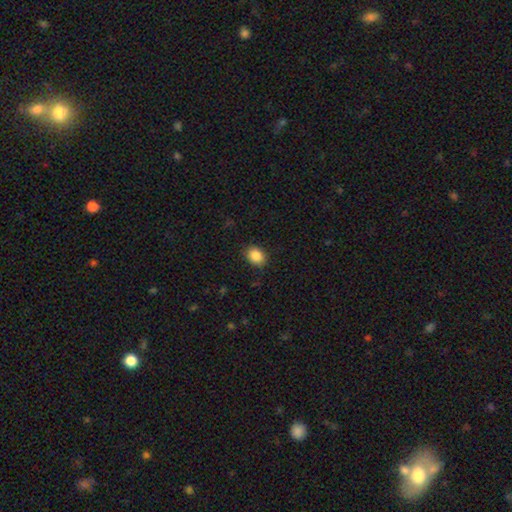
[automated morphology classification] smooth_or_featured: smooth (p=0.88) [alt: star or artifact p=0.09]
how_rounded: in between (p=0.58) [alt: round p=0.41]
merging: none (p=0.87) [alt: minor disturbance p=0.09]